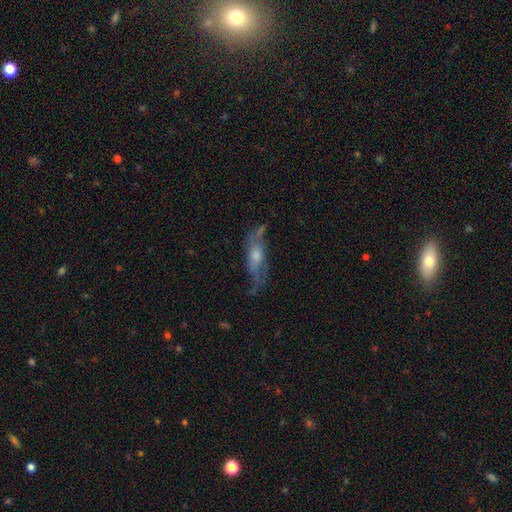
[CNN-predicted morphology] type=featured or disk (60%); edge-on=no (55%); merging=none (50%).